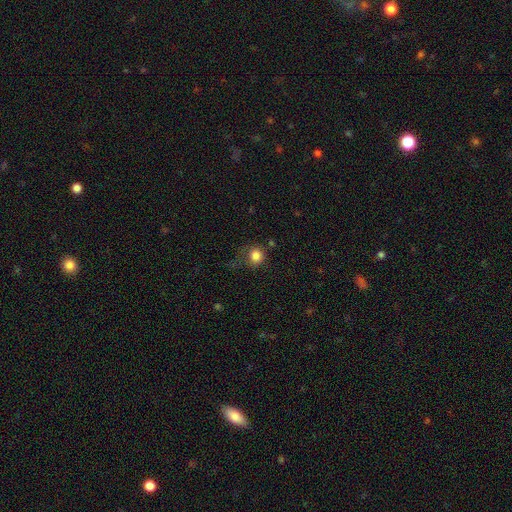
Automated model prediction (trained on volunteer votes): smooth 82%, star or artifact 11%, featured or disk 7%. Down the decision tree: how rounded — round (87%); merging — none (58%).